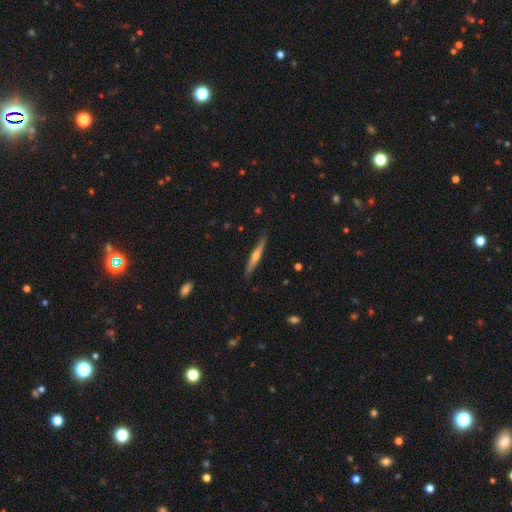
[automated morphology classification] featured or disk 54%, smooth 40%, star or artifact 6%. Down the decision tree: edge-on disk — yes (96%); edge-on bulge — rounded (79%); merging — none (86%).